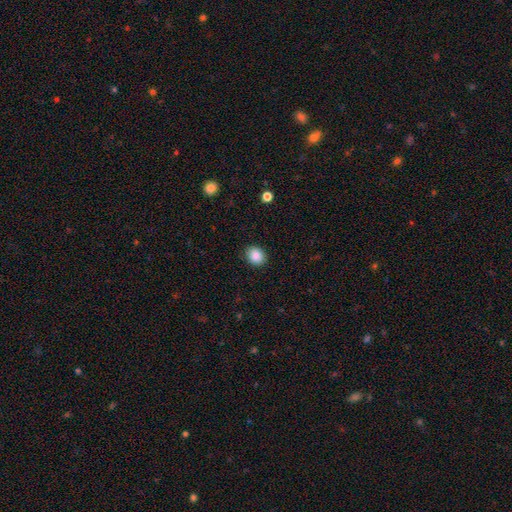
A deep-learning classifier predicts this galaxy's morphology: This is clearly a smooth galaxy (88%). How rounded: likely round (66%). Merging: clearly none (89%).